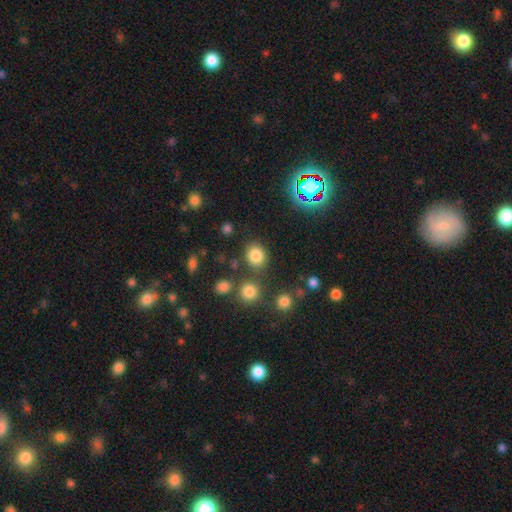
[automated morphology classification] Smooth or featured? Predicted: smooth (p=0.81). How rounded? Predicted: round (p=0.70). Merging? Predicted: none (p=0.76).